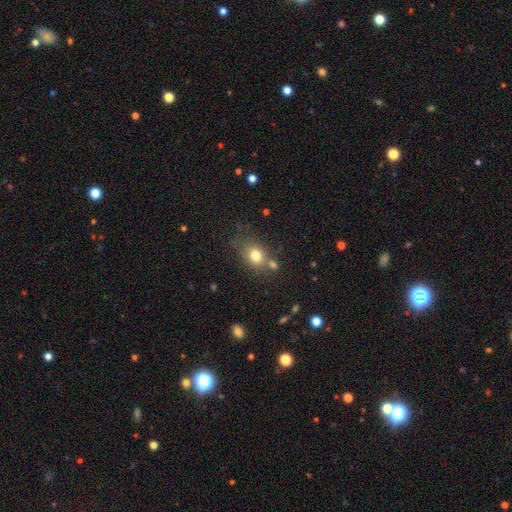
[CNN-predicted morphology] smooth_or_featured: smooth (p=0.78) [alt: star or artifact p=0.12]
how_rounded: in between (p=0.57) [alt: round p=0.41]
merging: none (p=0.59) [alt: merger p=0.19]